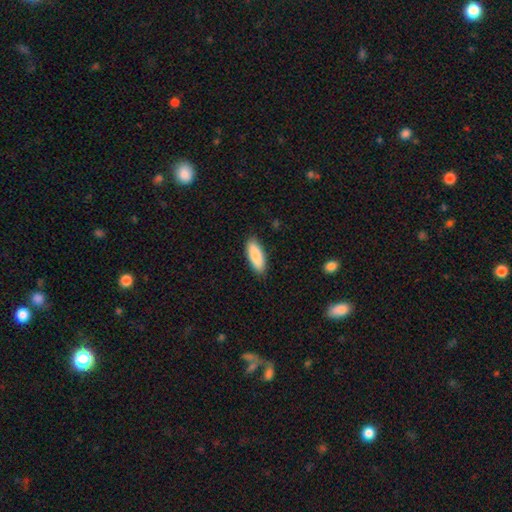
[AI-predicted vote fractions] smooth_or_featured: smooth (p=0.87) [alt: featured or disk p=0.08]
how_rounded: in between (p=0.72) [alt: cigar-shaped p=0.26]
merging: none (p=0.88) [alt: minor disturbance p=0.09]